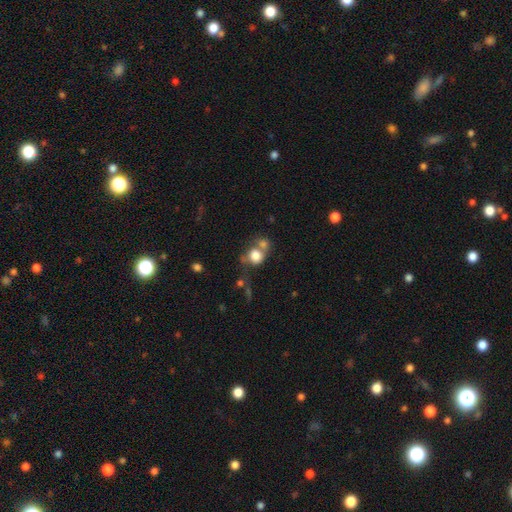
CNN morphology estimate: Q: Smooth or featured?
A: smooth (77%); runner-up: featured or disk (13%)
Q: How rounded?
A: round (73%); runner-up: in between (26%)
Q: Merging?
A: merger (44%); runner-up: none (37%)